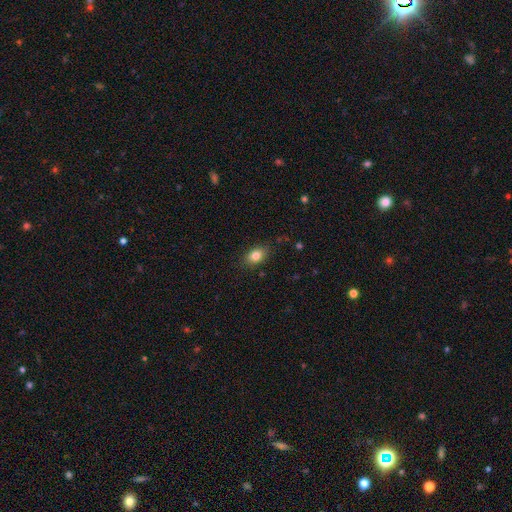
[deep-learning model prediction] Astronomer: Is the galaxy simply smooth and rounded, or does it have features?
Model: smooth — 82%.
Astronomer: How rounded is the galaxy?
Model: in between — 77%.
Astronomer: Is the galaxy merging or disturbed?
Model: none — 84%.